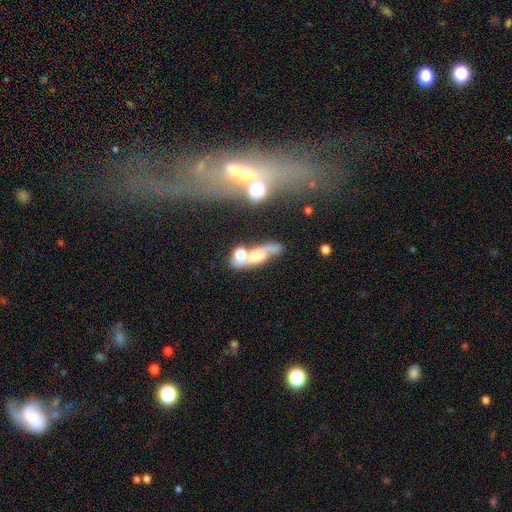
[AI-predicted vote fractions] Morphology: type=featured or disk (43%); merging=merger (42%).